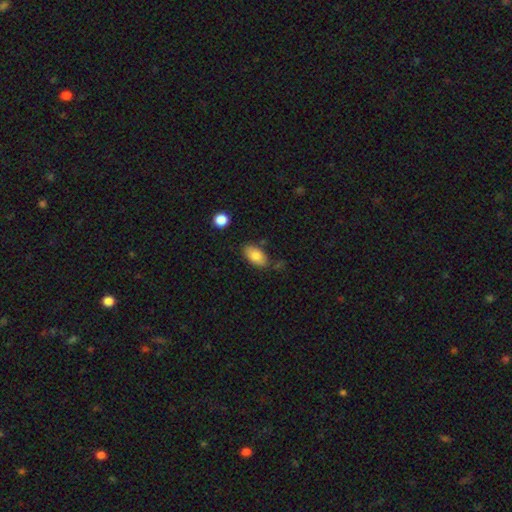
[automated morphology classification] The model was most divided on "merging": none: 74%, minor disturbance: 17%, merger: 5%, major disturbance: 4%. More confident: how rounded — in between (92%); smooth or featured — smooth (81%).